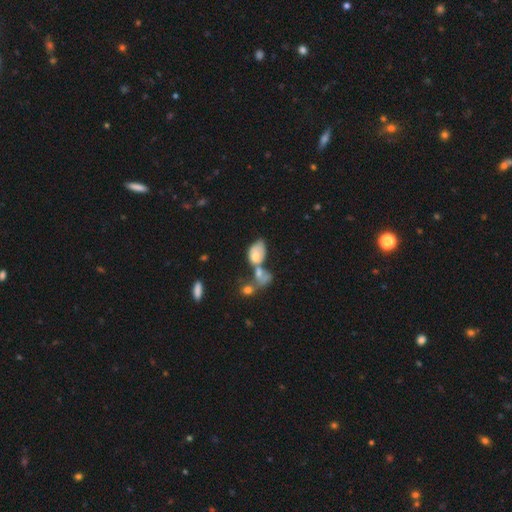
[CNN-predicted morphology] Q: Smooth or featured?
A: smooth (61%); runner-up: featured or disk (30%)
Q: How rounded?
A: in between (84%); runner-up: round (14%)
Q: Merging?
A: merger (56%); runner-up: none (16%)